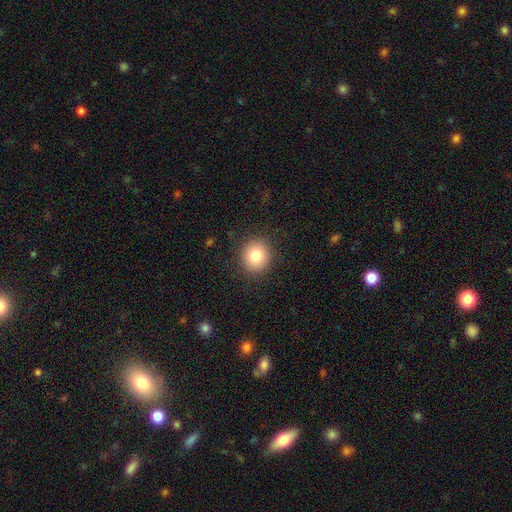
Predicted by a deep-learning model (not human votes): smooth_or_featured: smooth (p=0.81) [alt: star or artifact p=0.10]
how_rounded: round (p=0.88) [alt: in between p=0.12]
merging: none (p=0.90) [alt: minor disturbance p=0.07]